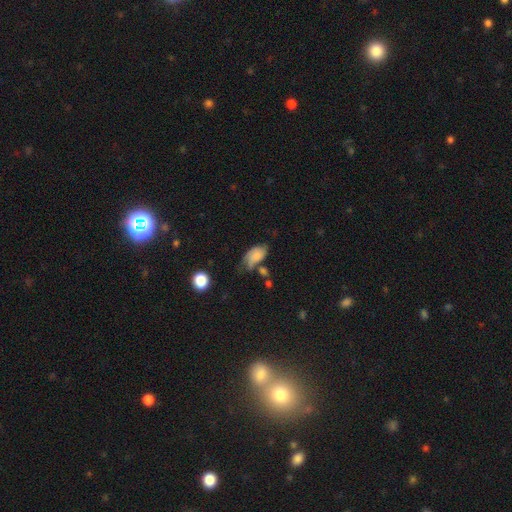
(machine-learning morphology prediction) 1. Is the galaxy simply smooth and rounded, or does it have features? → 66% smooth, 25% featured or disk, 10% star or artifact.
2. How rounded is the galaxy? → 90% in between, 7% round, 3% cigar-shaped.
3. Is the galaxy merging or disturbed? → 33% minor disturbance, 32% none, 22% major disturbance, 13% merger.